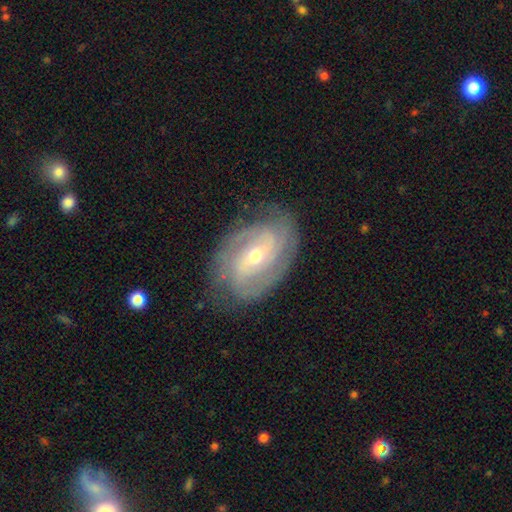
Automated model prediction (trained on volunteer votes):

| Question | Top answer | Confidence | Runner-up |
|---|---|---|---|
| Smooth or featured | featured or disk | 85% | smooth (9%) |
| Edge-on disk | no | 96% | yes (4%) |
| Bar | weak | 50% | no (27%) |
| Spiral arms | yes | 95% | no (5%) |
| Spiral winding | tight | 58% | medium (34%) |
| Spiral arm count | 2 | 46% | can't tell (22%) |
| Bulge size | moderate | 55% | small (41%) |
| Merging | none | 76% | minor disturbance (17%) |